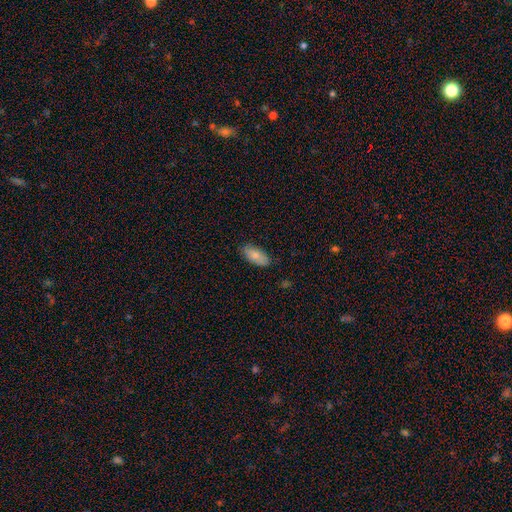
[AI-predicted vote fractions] Q: Smooth or featured?
A: smooth (79%); runner-up: featured or disk (15%)
Q: How rounded?
A: in between (90%); runner-up: cigar-shaped (7%)
Q: Merging?
A: none (83%); runner-up: minor disturbance (14%)